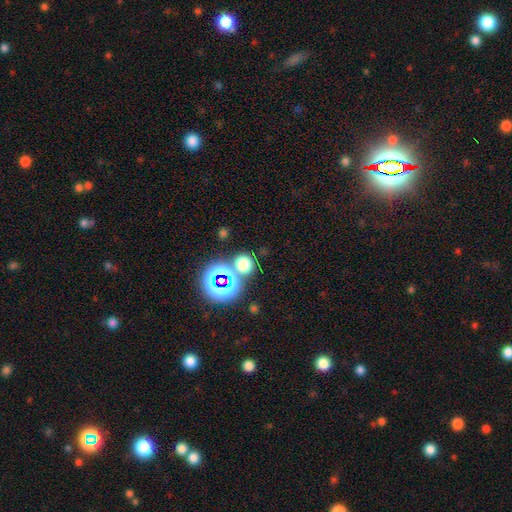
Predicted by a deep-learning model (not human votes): Smooth or featured? Predicted: star or artifact (p=0.49).